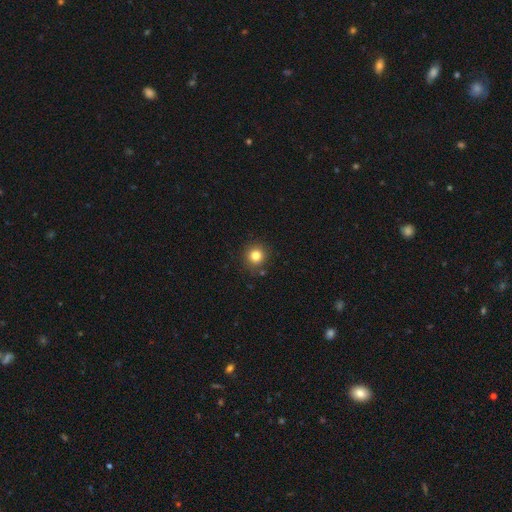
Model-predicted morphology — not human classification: Q: Smooth or featured?
A: smooth (81%); runner-up: star or artifact (13%)
Q: How rounded?
A: round (93%); runner-up: in between (6%)
Q: Merging?
A: none (87%); runner-up: minor disturbance (8%)